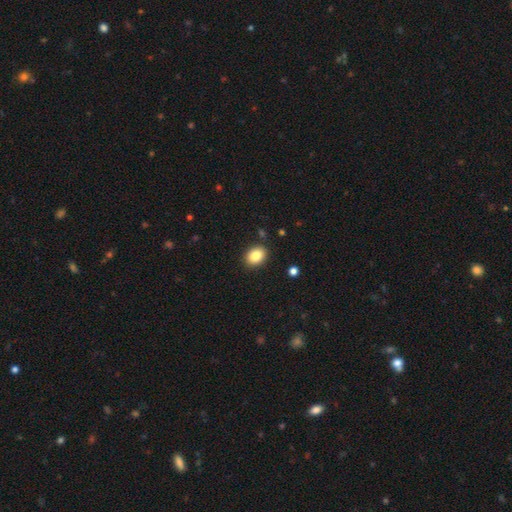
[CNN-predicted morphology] A smooth galaxy with no disk features (86%) that is in between round and cigar-shaped (65%).

Vote fractions:
- Smooth or featured? smooth: 86% / star or artifact: 8% / featured or disk: 5%
- How rounded? in between: 65% / round: 34% / cigar-shaped: 1%
- Merging? none: 88% / minor disturbance: 8% / major disturbance: 2% / merger: 2%